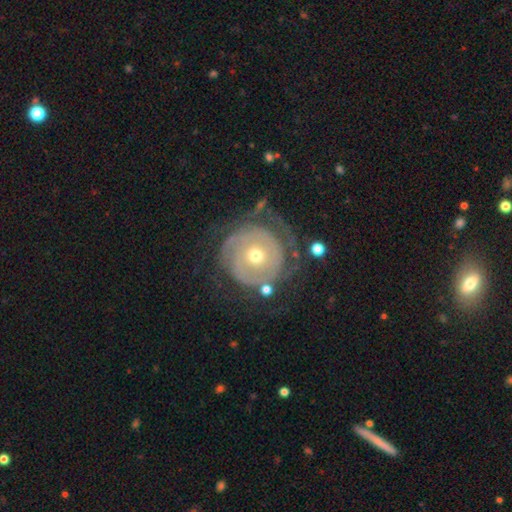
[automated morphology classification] smooth_or_featured: featured or disk (p=0.77) [alt: smooth p=0.17]
disk_edge_on: no (p=0.97) [alt: yes p=0.03]
bar: no (p=0.83) [alt: weak p=0.13]
has_spiral_arms: yes (p=0.82) [alt: no p=0.18]
spiral_winding: tight (p=0.75) [alt: medium p=0.17]
spiral_arm_count: can't tell (p=0.38) [alt: 2 p=0.31]
bulge_size: moderate (p=0.48) [alt: small p=0.47]
merging: none (p=0.58) [alt: minor disturbance p=0.20]